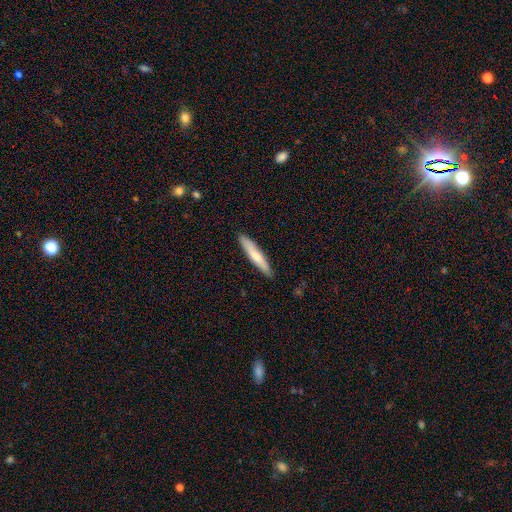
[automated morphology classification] Q: Smooth or featured?
A: smooth (69%); runner-up: featured or disk (26%)
Q: How rounded?
A: cigar-shaped (90%); runner-up: in between (8%)
Q: Merging?
A: none (89%); runner-up: minor disturbance (8%)